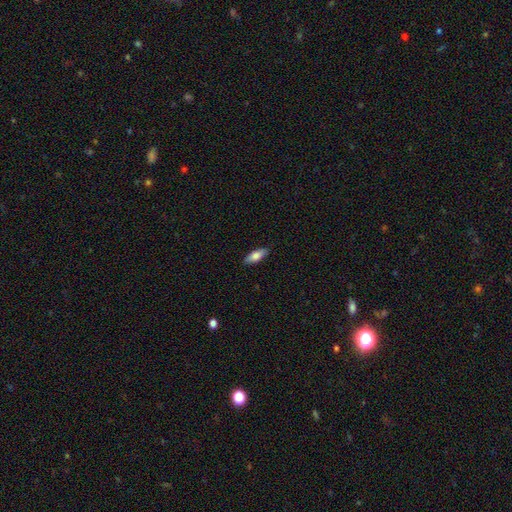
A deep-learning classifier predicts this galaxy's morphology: Smooth or featured? Predicted: smooth (p=0.79). How rounded? Predicted: in between (p=0.71). Merging? Predicted: none (p=0.88).